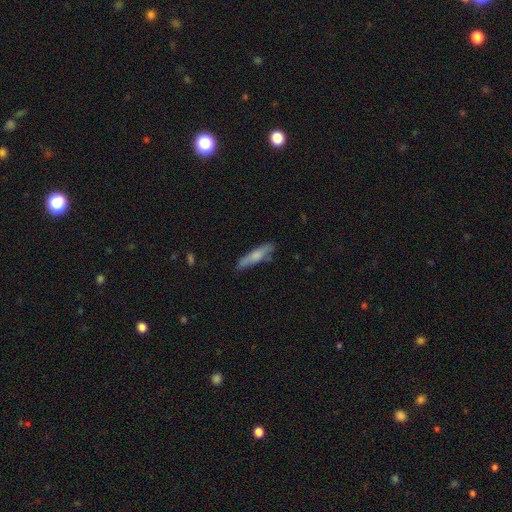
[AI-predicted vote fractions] This appears to be a smooth galaxy with no disk features (67%) that is cigar-shaped (81%). Merging: none (76%).